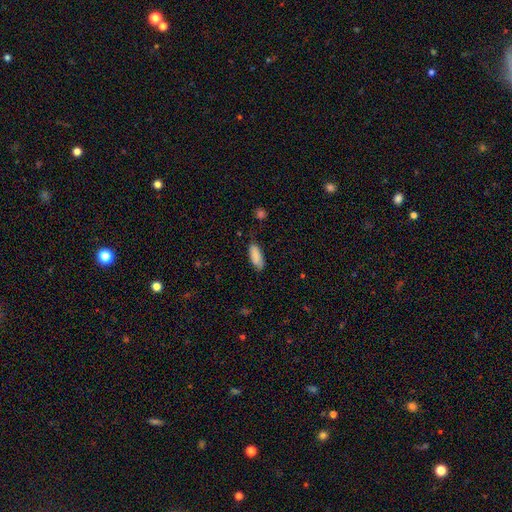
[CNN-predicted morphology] Smooth or featured: smooth — 86% (featured or disk — 7%)
How rounded: in between — 76% (cigar-shaped — 22%)
Merging: none — 71% (minor disturbance — 23%)